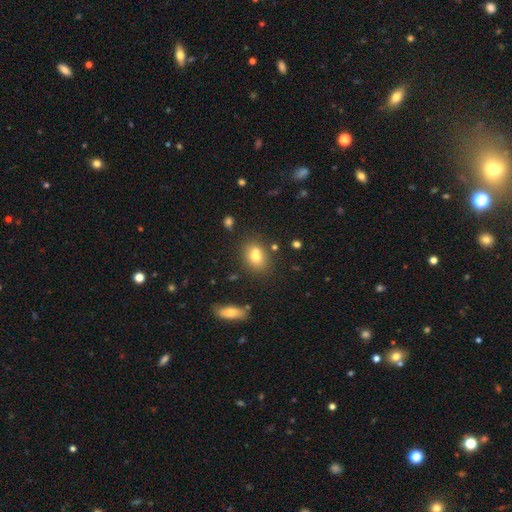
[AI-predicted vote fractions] A smooth galaxy with no disk features (71%) that is in between round and cigar-shaped (61%). Merging: none (56%).